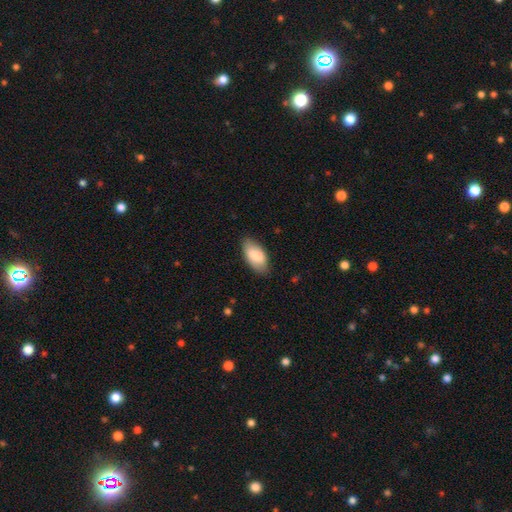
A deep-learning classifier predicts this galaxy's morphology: Smooth or featured? smooth (83%)
How rounded? in between (93%)
Merging? none (80%)